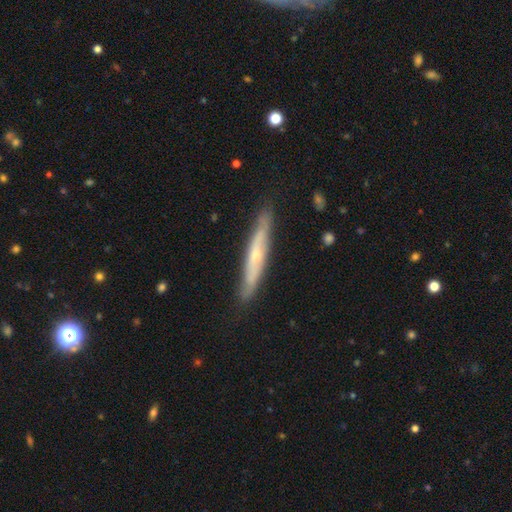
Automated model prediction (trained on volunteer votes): Q: Smooth or featured?
A: featured or disk (58%); runner-up: smooth (36%)
Q: Edge-on disk?
A: yes (82%); runner-up: no (18%)
Q: Merging?
A: none (84%); runner-up: minor disturbance (13%)